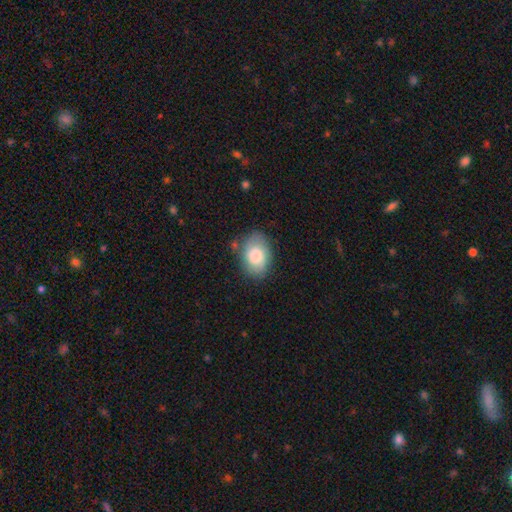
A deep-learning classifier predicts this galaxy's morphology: Smooth or featured? Predicted: smooth (p=0.71). How rounded? Predicted: in between (p=0.80). Merging? Predicted: none (p=0.72).